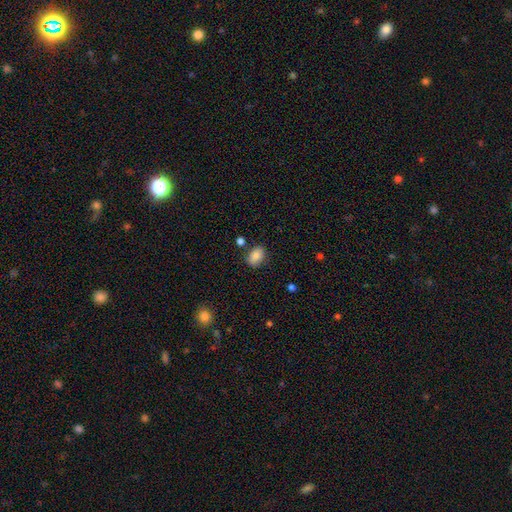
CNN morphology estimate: Overall: smooth (85%). How rounded: in between (79%). Merging: none (81%).